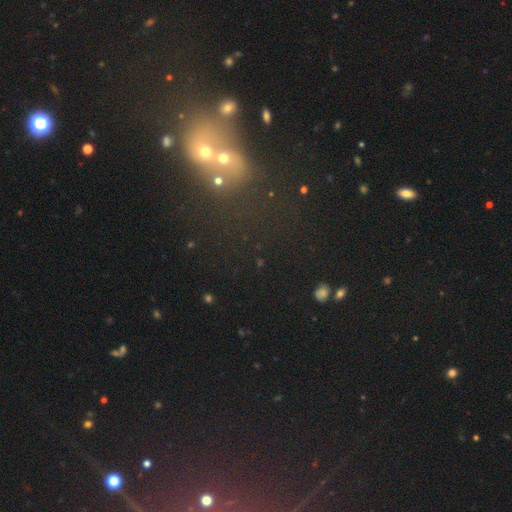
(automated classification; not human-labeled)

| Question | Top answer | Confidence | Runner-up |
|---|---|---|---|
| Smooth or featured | star or artifact | 53% | smooth (26%) |